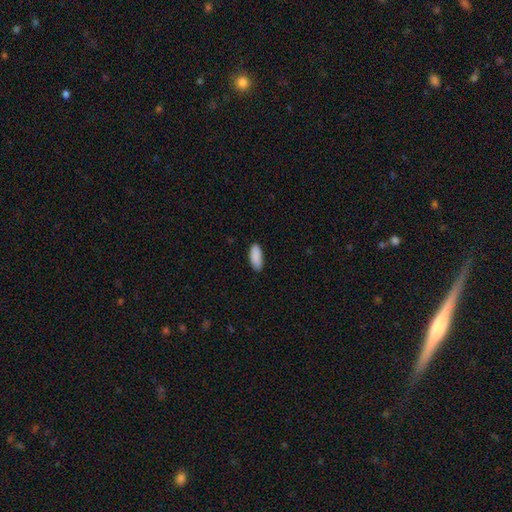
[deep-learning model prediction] smooth-or-featured: smooth: 91% | star or artifact: 6% | featured or disk: 4%
  how-rounded: in between: 82% | cigar-shaped: 17% | round: 2%
  merging: none: 87% | minor disturbance: 10% | major disturbance: 2% | merger: 1%